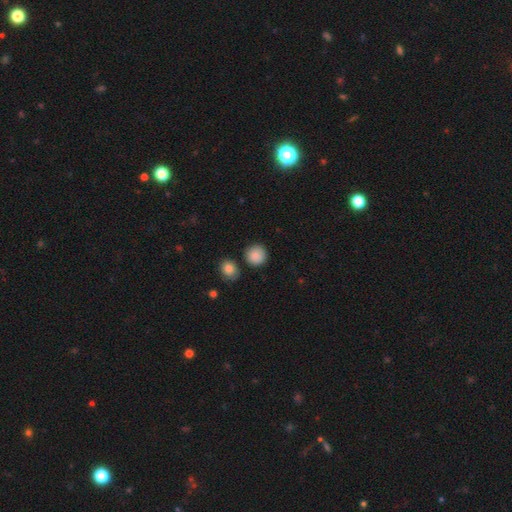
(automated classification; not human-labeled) Overall: smooth (88%). How rounded: round (92%). Merging: none (85%).